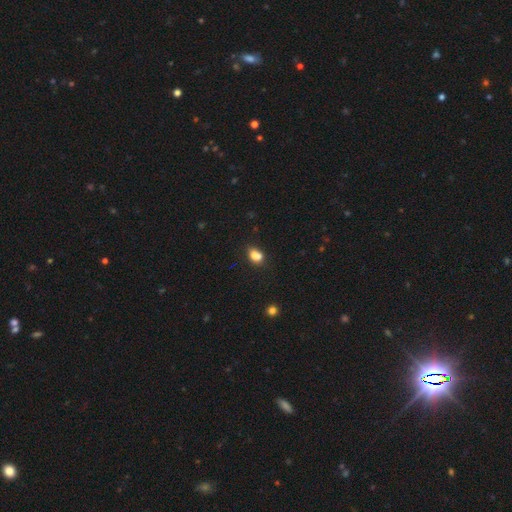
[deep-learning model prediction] Overall: smooth (79%). How rounded: in between (64%; round 35%). Merging: none (48%; merger 29%).